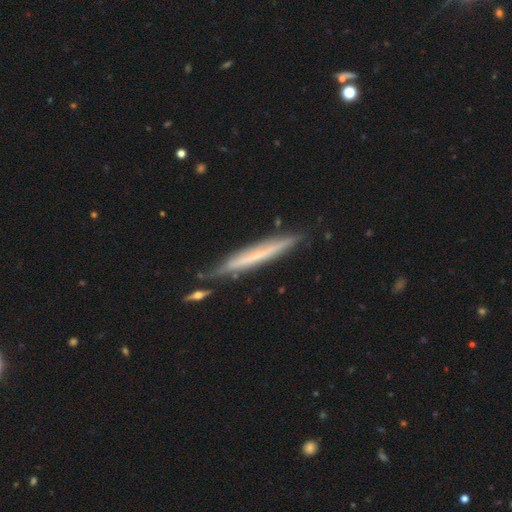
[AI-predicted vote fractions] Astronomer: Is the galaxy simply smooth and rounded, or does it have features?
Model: featured or disk — 54% (runner-up: smooth, 40%).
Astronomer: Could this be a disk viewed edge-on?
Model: yes — 92%.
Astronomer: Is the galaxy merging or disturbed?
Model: none — 74%.